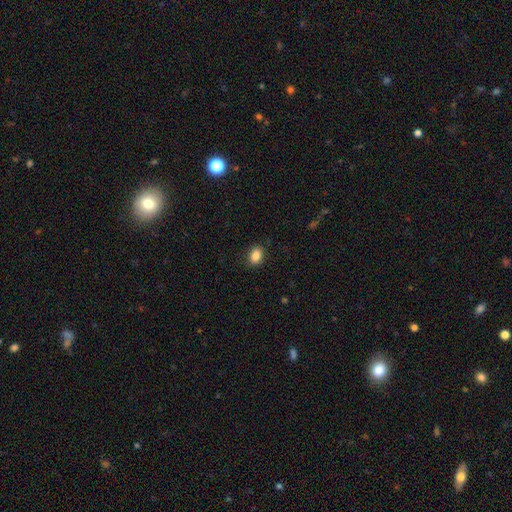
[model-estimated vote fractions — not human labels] Overall: smooth (87%). How rounded: in between (78%). Merging: none (86%).